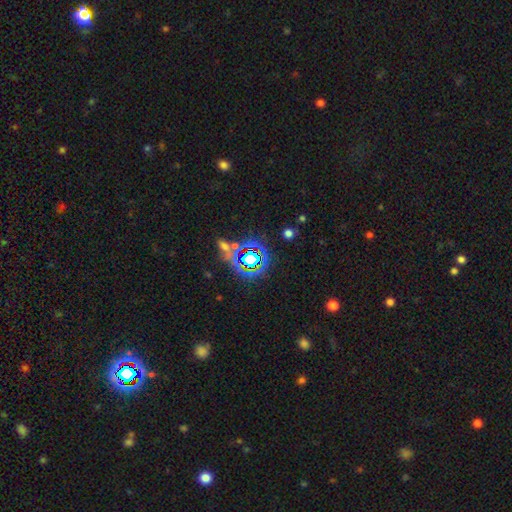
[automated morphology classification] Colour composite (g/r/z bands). It shows a star or artifact, not a galaxy (68%).